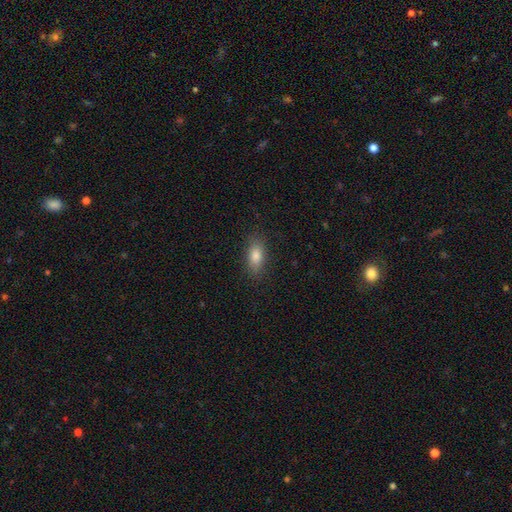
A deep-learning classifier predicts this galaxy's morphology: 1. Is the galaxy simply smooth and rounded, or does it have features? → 81% smooth, 10% featured or disk, 9% star or artifact.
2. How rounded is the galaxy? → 83% in between, 11% cigar-shaped, 6% round.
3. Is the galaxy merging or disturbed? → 86% none, 11% minor disturbance, 3% major disturbance, 1% merger.